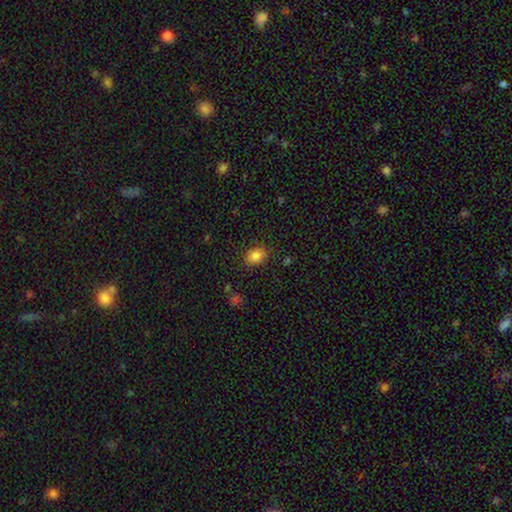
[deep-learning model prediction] Morphology: type=smooth (85%); roundness=in between (66%); merging=none (84%).